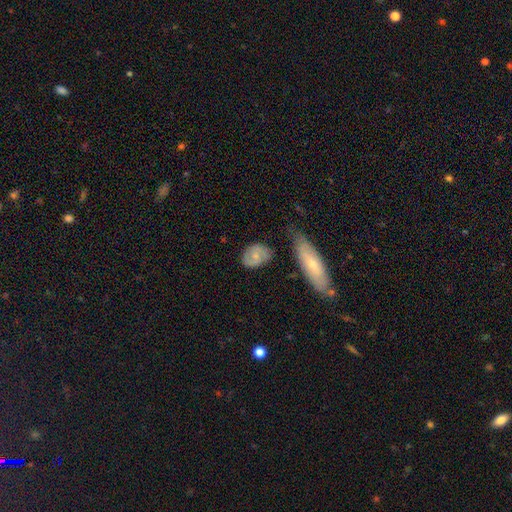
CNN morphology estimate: This appears to be a smooth galaxy with no disk features (54%) that is in between round and cigar-shaped (72%). Merging: none (67%).